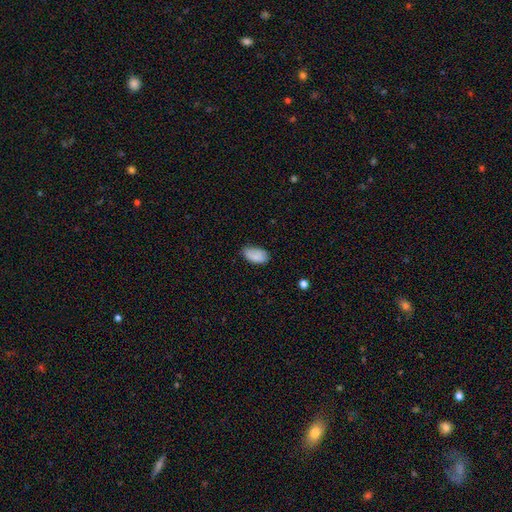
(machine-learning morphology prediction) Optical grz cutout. It shows a smooth galaxy with no disk features (85%) that is in between round and cigar-shaped (94%). Merging: none (71%).